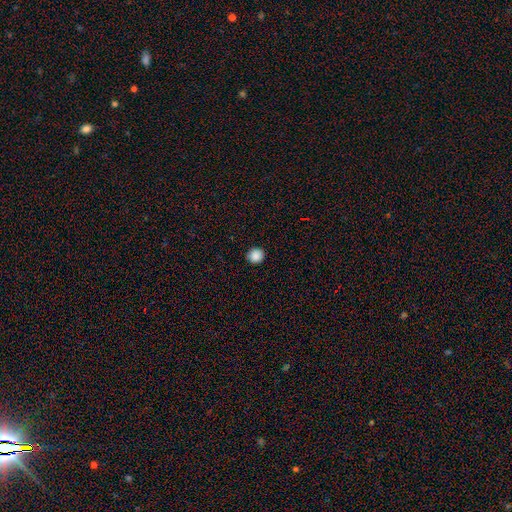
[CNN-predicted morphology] Smooth or featured? Predicted: smooth (p=0.88). How rounded? Predicted: round (p=0.92). Merging? Predicted: none (p=0.92).